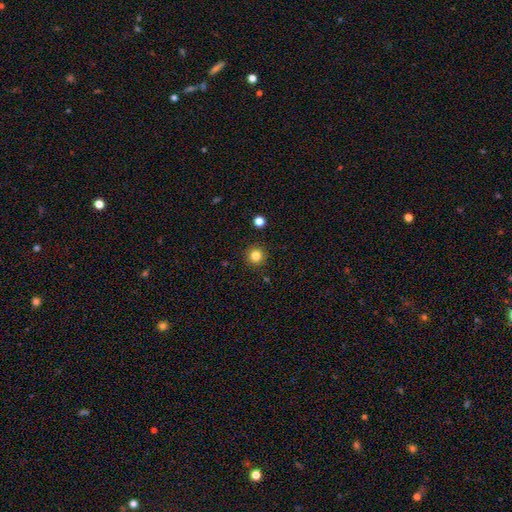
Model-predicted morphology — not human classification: A smooth galaxy with no disk features (83%) that is round (95%).

Vote fractions:
- Smooth or featured? smooth: 83% / star or artifact: 12% / featured or disk: 5%
- How rounded? round: 95% / in between: 4% / cigar-shaped: 1%
- Merging? none: 91% / minor disturbance: 5% / major disturbance: 2% / merger: 2%